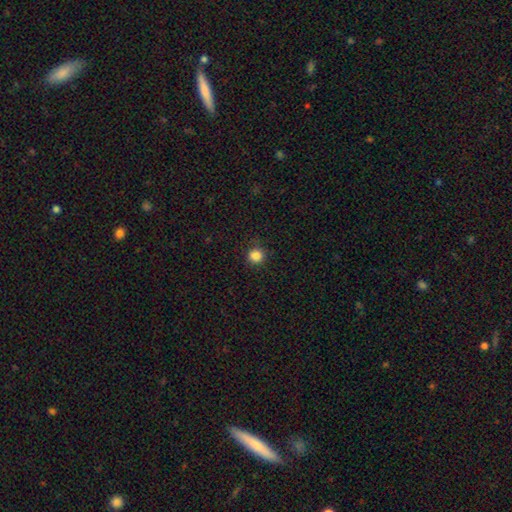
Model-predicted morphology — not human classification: Q: Smooth or featured?
A: smooth (85%); runner-up: star or artifact (11%)
Q: How rounded?
A: round (92%); runner-up: in between (7%)
Q: Merging?
A: none (88%); runner-up: minor disturbance (9%)